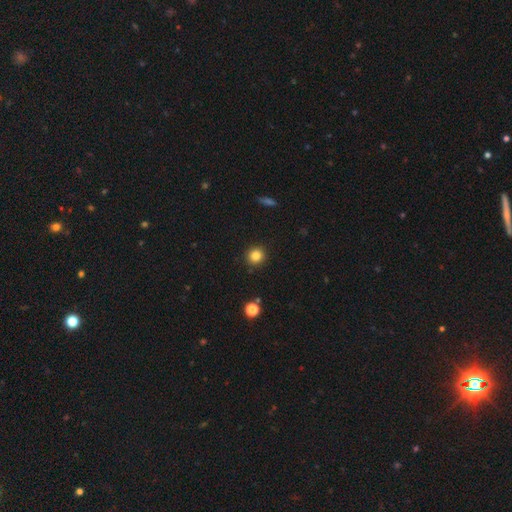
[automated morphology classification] A smooth galaxy with no disk features (83%) that is round (91%). Merging: none (91%).